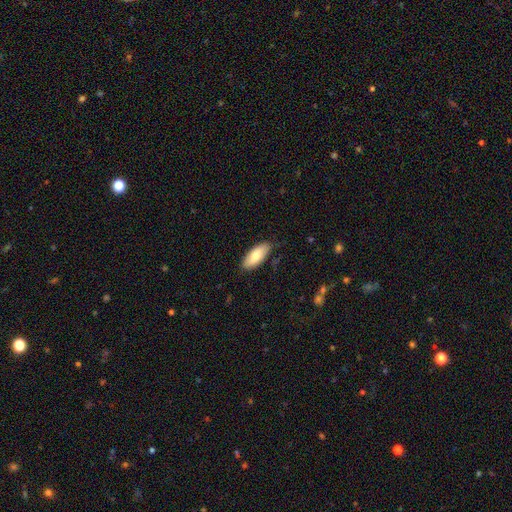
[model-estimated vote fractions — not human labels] This appears to be a smooth galaxy with no disk features (76%) that is in between round and cigar-shaped (84%). Merging: none (80%).